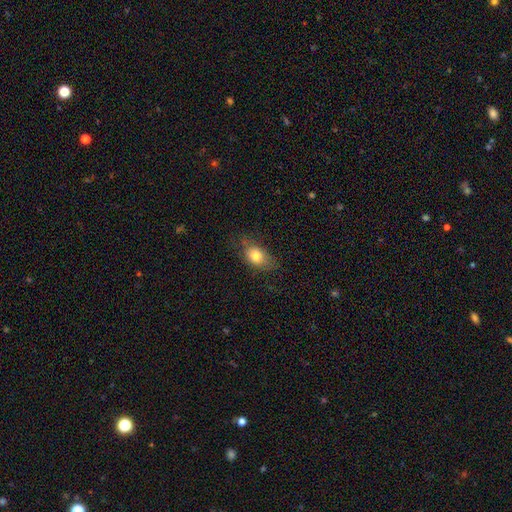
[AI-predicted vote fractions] smooth_or_featured: smooth (p=0.79) [alt: featured or disk p=0.12]
how_rounded: in between (p=0.78) [alt: round p=0.19]
merging: none (p=0.64) [alt: minor disturbance p=0.26]